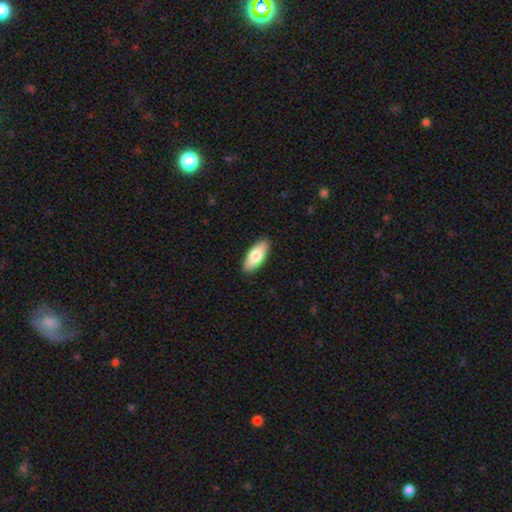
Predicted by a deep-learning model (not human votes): A smooth galaxy with no disk features (76%) that is in between round and cigar-shaped (85%). Merging: none (90%).